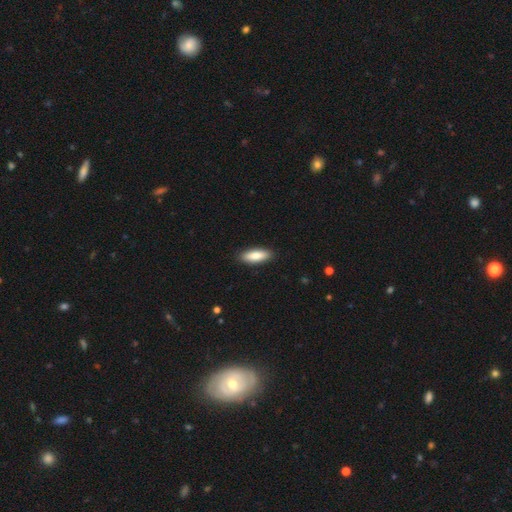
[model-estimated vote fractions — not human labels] Smooth or featured? Predicted: smooth (p=0.84). How rounded? Predicted: in between (p=0.64). Merging? Predicted: none (p=0.90).